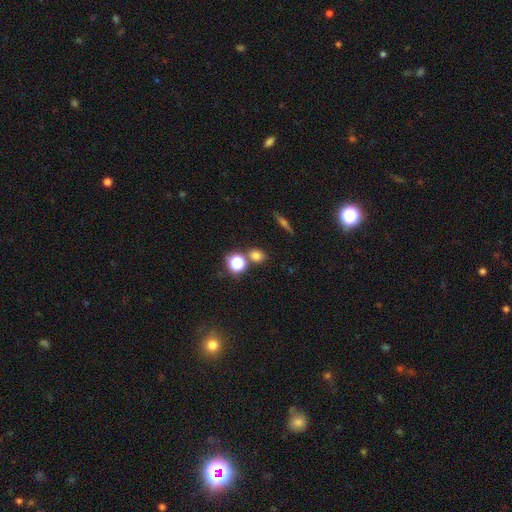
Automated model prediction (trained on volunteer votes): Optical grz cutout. It shows a smooth galaxy with no disk features (72%) that is round (72%). Merging: none (72%).